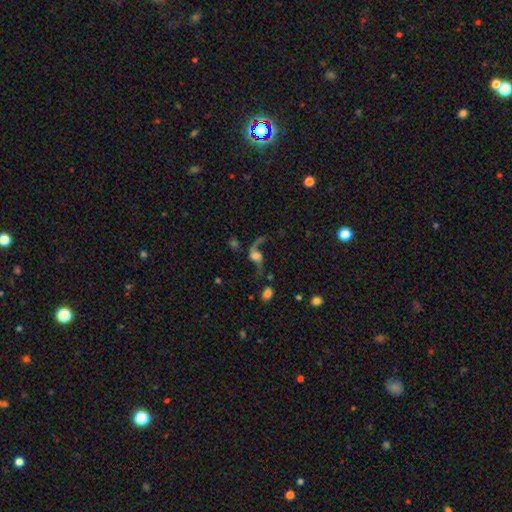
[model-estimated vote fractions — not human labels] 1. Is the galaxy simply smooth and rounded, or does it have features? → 78% featured or disk, 12% smooth, 10% star or artifact.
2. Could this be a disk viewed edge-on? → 94% no, 6% yes.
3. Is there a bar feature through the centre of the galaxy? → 58% no, 31% weak, 11% strong.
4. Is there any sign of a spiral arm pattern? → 92% yes, 8% no.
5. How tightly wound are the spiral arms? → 91% loose, 7% medium, 2% tight.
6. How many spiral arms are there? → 87% 2, 9% 1, 2% can't tell, 1% 3, 1% 4, 1% more than 4.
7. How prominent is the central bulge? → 35% moderate, 26% large, 20% small, 13% none, 6% dominant.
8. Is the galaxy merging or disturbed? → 56% none, 21% major disturbance, 15% minor disturbance, 8% merger.